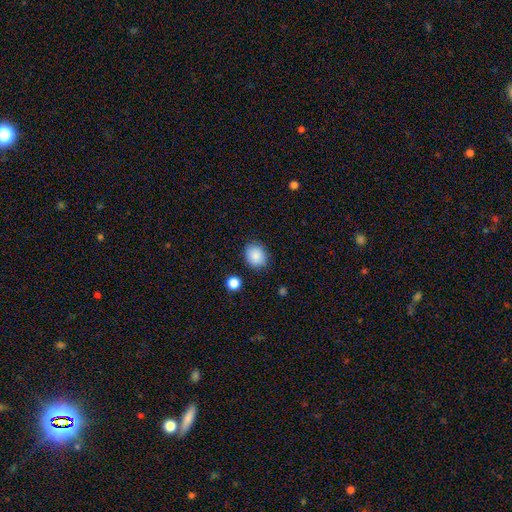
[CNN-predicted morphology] Smooth or featured: smooth — 88% (star or artifact — 8%)
How rounded: round — 59% (in between — 40%)
Merging: none — 84% (minor disturbance — 11%)